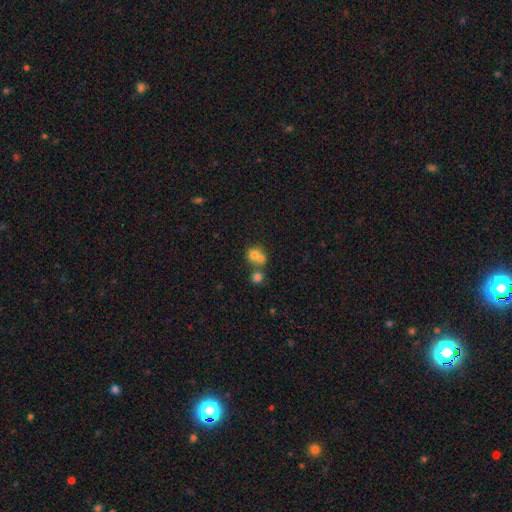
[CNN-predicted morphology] This is likely a smooth galaxy (68%). How rounded: likely round (78%). Merging: possibly merger (56%).